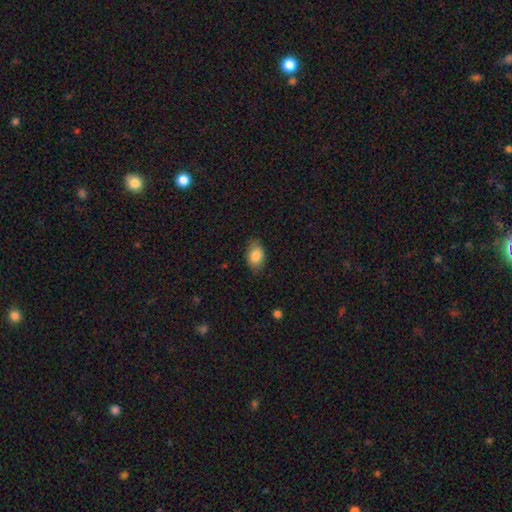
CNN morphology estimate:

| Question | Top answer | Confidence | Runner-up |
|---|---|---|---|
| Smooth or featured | smooth | 85% | featured or disk (7%) |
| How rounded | in between | 88% | round (10%) |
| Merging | none | 80% | minor disturbance (16%) |